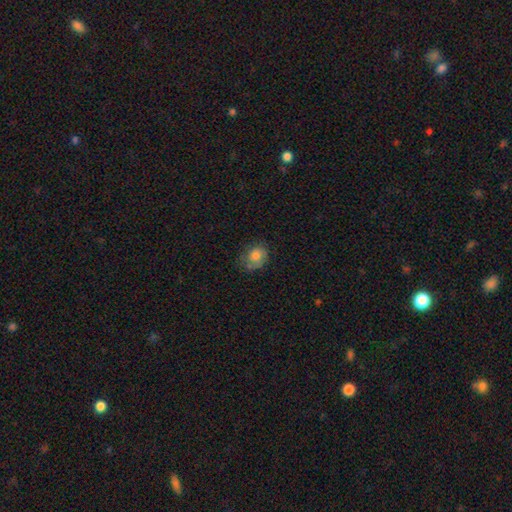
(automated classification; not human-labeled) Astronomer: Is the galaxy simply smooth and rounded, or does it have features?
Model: smooth — 73%.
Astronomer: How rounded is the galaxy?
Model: in between — 50% (runner-up: round, 49%).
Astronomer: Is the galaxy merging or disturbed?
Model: none — 57%.